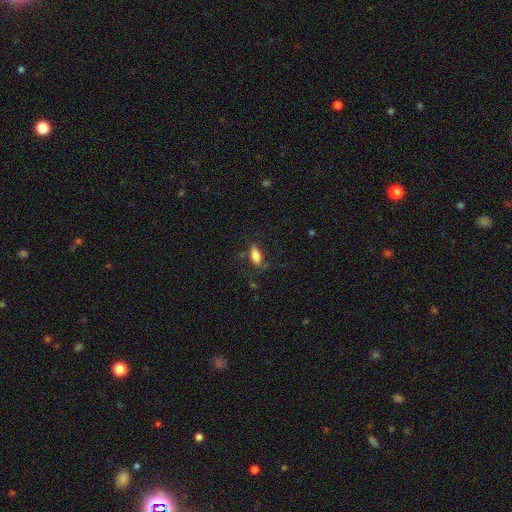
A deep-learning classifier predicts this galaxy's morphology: A smooth galaxy with no disk features (79%) that is in between round and cigar-shaped (83%).

Vote fractions:
- Smooth or featured? smooth: 79% / featured or disk: 12% / star or artifact: 9%
- How rounded? in between: 83% / cigar-shaped: 13% / round: 4%
- Merging? none: 68% / minor disturbance: 19% / major disturbance: 11% / merger: 2%